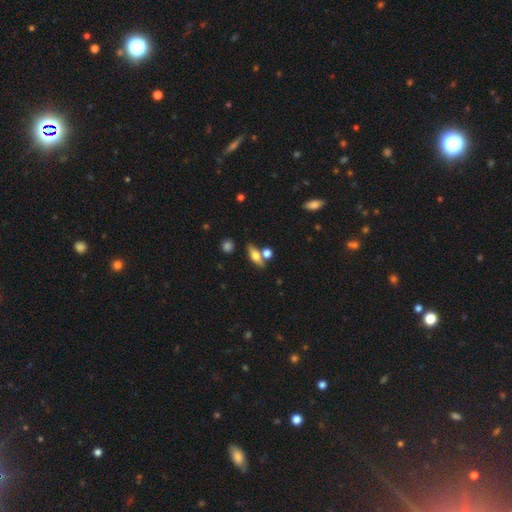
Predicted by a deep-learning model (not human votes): Smooth or featured?
  - smooth: 51% *
  - featured or disk: 40%
  - star or artifact: 9%
How rounded?
  - in between: 52% *
  - cigar-shaped: 39%
  - round: 9%
Merging?
  - none: 67% *
  - merger: 19%
  - minor disturbance: 10%
  - major disturbance: 4%